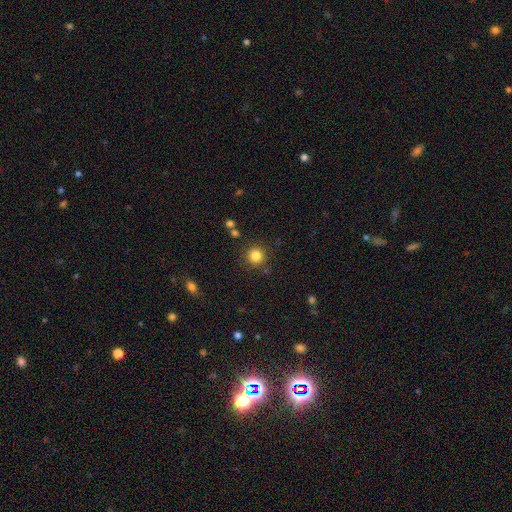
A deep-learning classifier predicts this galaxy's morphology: Q: Smooth or featured?
A: smooth (83%); runner-up: star or artifact (12%)
Q: How rounded?
A: round (94%); runner-up: in between (5%)
Q: Merging?
A: none (87%); runner-up: minor disturbance (7%)